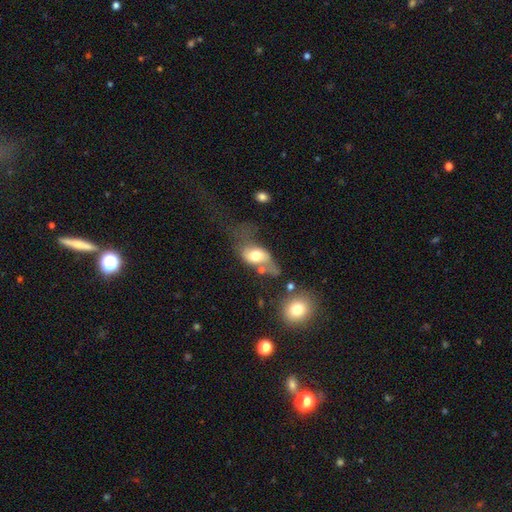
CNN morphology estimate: The model was most divided on "merging": major disturbance: 42%, none: 21%, merger: 19%, minor disturbance: 19%. More confident: how rounded — in between (81%); smooth or featured — smooth (60%).